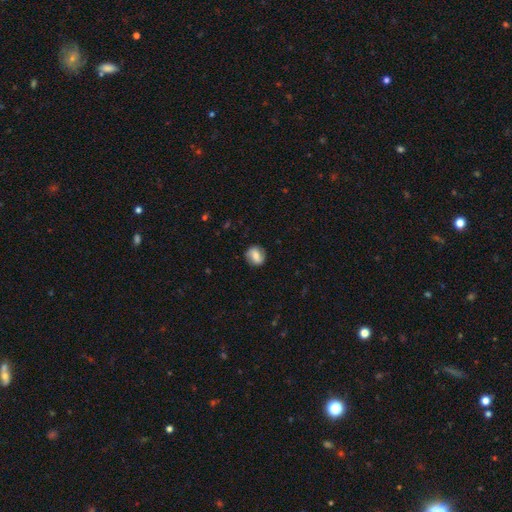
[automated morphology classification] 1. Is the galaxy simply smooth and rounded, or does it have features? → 58% smooth, 34% featured or disk, 8% star or artifact.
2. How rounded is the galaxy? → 73% round, 25% in between, 2% cigar-shaped.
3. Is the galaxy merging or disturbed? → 85% none, 10% minor disturbance, 3% major disturbance, 1% merger.